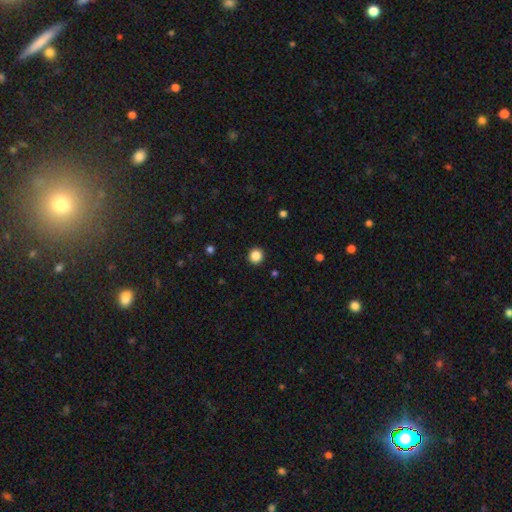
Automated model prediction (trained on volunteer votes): A smooth galaxy with no disk features (86%) that is round (94%). Merging: none (93%).